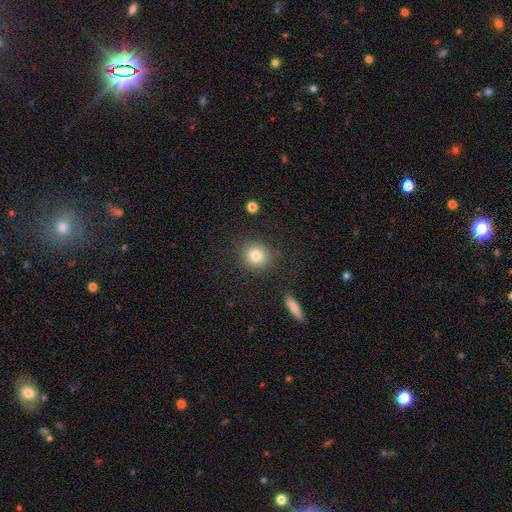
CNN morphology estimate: A smooth galaxy with no disk features (81%) that is round (88%). Merging: none (86%).